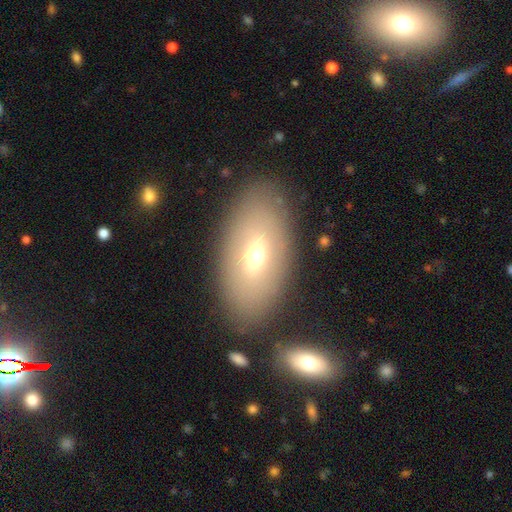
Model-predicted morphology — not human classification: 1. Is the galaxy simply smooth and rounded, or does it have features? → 59% smooth, 33% featured or disk, 9% star or artifact.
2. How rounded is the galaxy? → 92% in between, 5% round, 4% cigar-shaped.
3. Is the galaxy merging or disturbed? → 80% none, 11% minor disturbance, 5% merger, 4% major disturbance.